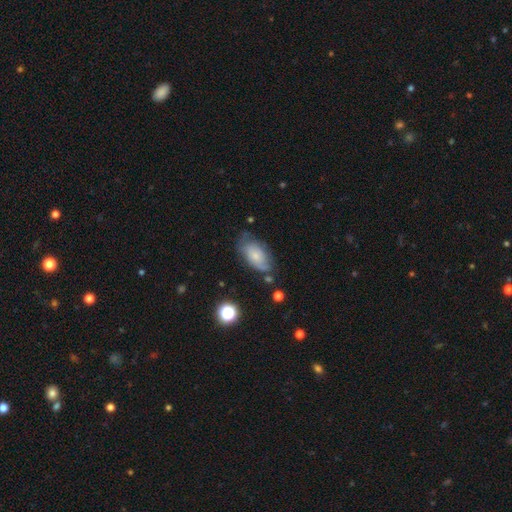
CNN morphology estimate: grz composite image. It shows a smooth galaxy with no disk features (52%) that is in between round and cigar-shaped (92%). Merging: none (56%).